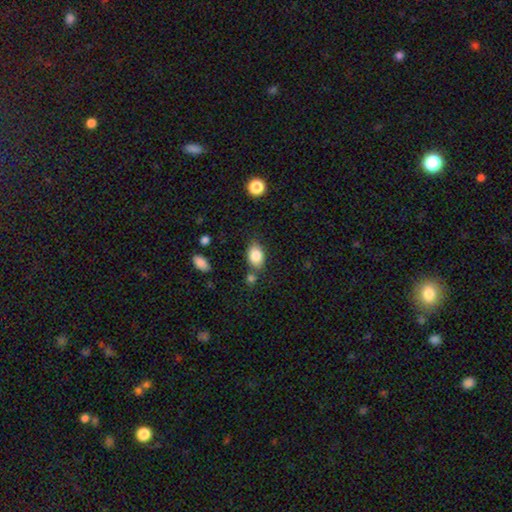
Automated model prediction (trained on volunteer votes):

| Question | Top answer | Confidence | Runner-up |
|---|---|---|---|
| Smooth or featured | smooth | 83% | featured or disk (8%) |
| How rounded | in between | 83% | round (15%) |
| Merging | none | 70% | minor disturbance (16%) |